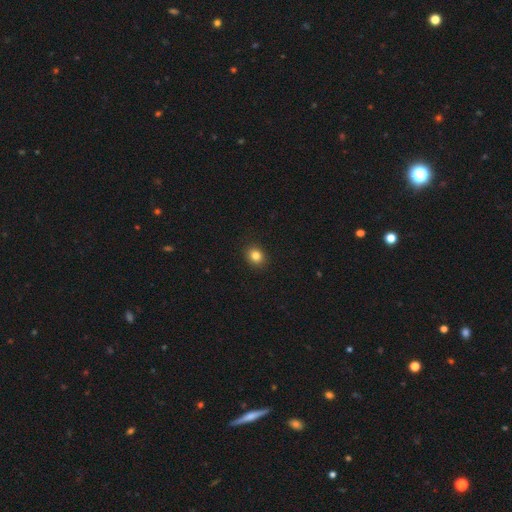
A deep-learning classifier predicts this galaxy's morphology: A smooth galaxy with no disk features (83%) that is round (62%).

Vote fractions:
- Smooth or featured? smooth: 83% / star or artifact: 11% / featured or disk: 6%
- How rounded? round: 62% / in between: 37% / cigar-shaped: 1%
- Merging? none: 91% / minor disturbance: 6% / major disturbance: 2% / merger: 1%